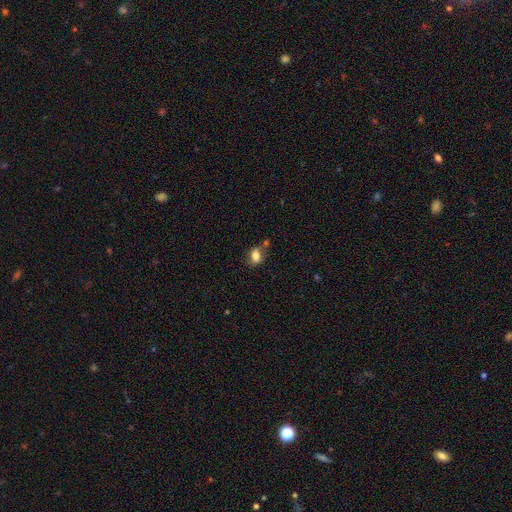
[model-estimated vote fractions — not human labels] Q: Smooth or featured?
A: smooth (78%); runner-up: featured or disk (11%)
Q: How rounded?
A: in between (72%); runner-up: round (26%)
Q: Merging?
A: none (58%); runner-up: minor disturbance (21%)